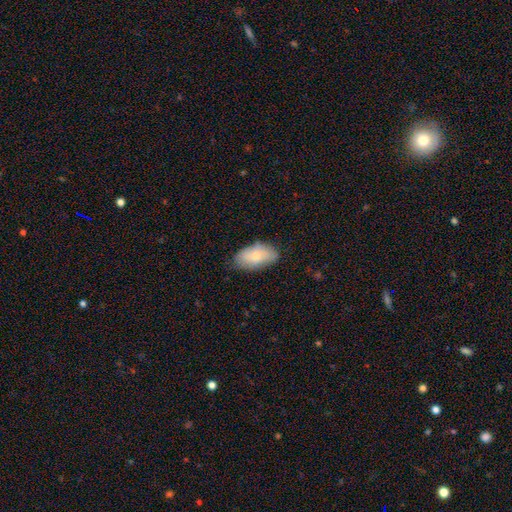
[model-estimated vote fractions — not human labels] Overall: smooth (75%). How rounded: in between (94%). Merging: none (74%).